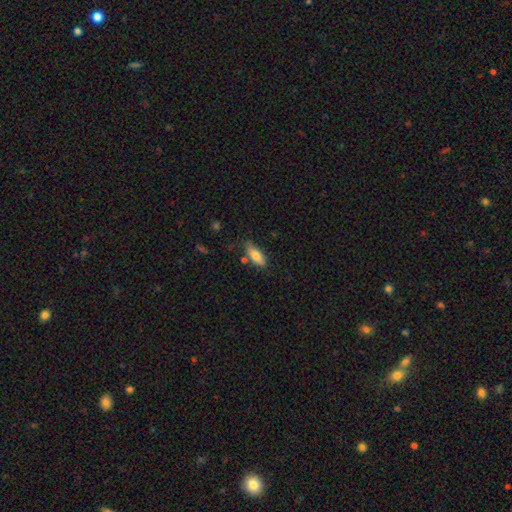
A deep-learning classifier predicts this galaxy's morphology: Smooth or featured: smooth — 78% (featured or disk — 15%)
How rounded: in between — 73% (cigar-shaped — 25%)
Merging: none — 73% (minor disturbance — 18%)